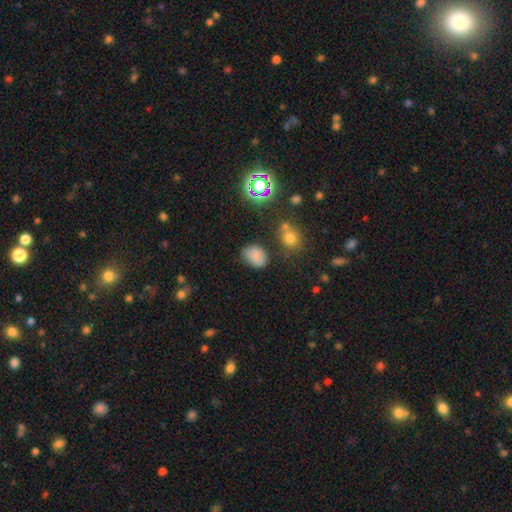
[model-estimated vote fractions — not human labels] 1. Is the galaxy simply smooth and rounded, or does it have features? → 77% smooth, 15% star or artifact, 8% featured or disk.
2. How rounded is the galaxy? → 69% in between, 30% round, 1% cigar-shaped.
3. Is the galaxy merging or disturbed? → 71% none, 19% minor disturbance, 5% major disturbance, 4% merger.